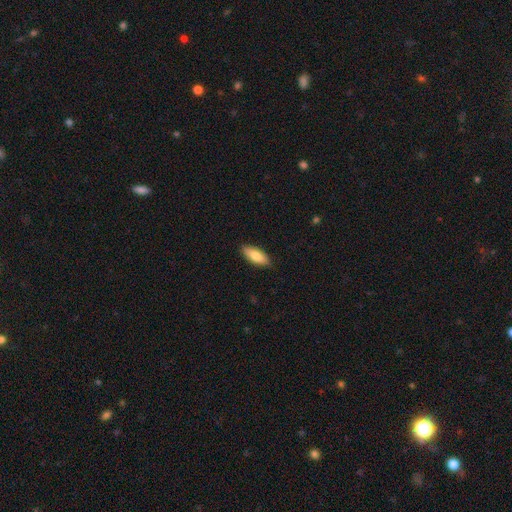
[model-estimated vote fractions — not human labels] Smooth or featured: smooth — 81% (featured or disk — 13%)
How rounded: in between — 78% (cigar-shaped — 20%)
Merging: none — 87% (minor disturbance — 10%)